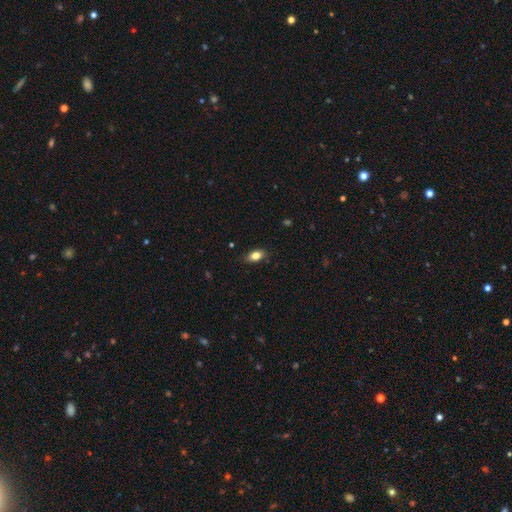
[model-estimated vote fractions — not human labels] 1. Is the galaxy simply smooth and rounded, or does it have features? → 81% smooth, 10% featured or disk, 8% star or artifact.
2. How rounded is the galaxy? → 85% in between, 9% round, 5% cigar-shaped.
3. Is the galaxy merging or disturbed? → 83% none, 13% minor disturbance, 2% major disturbance, 1% merger.